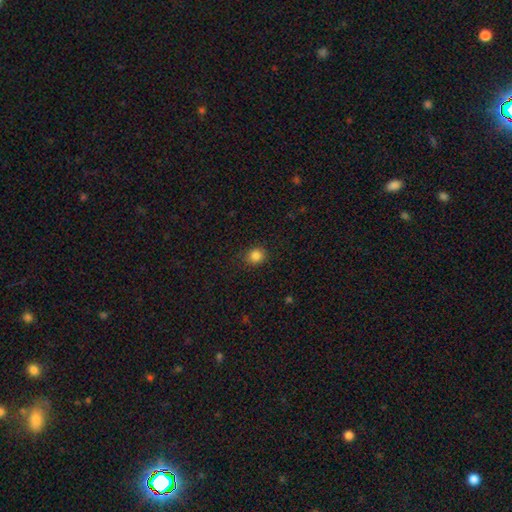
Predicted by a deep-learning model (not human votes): Smooth or featured? smooth (85%)
How rounded? round (79%)
Merging? none (87%)